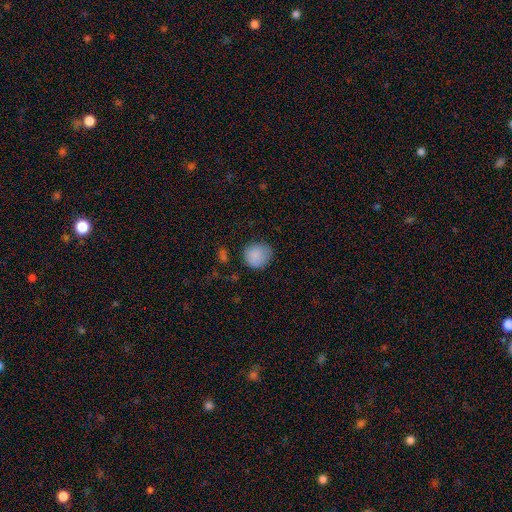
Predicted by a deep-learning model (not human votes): A smooth galaxy with no disk features (86%) that is round (87%). Merging: none (74%).